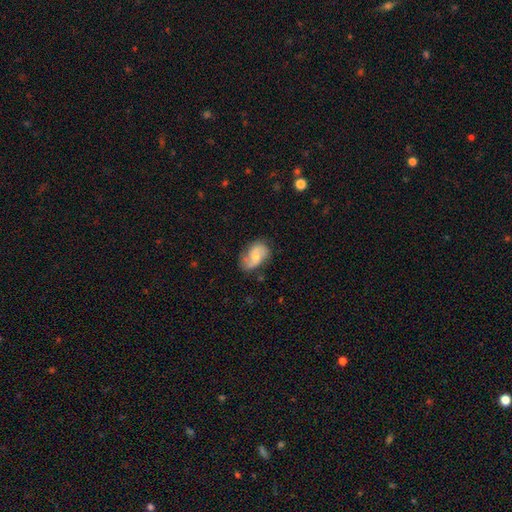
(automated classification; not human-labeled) Overall: featured or disk (49%; smooth 44%). Merging: none (62%; minor disturbance 26%).